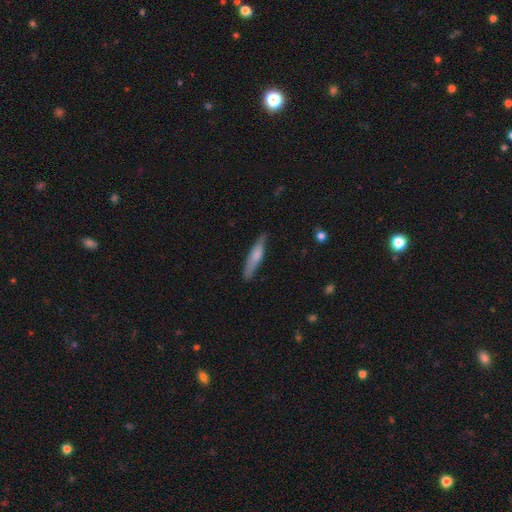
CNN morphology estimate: Smooth or featured: smooth — 63% (featured or disk — 32%)
How rounded: cigar-shaped — 87% (in between — 11%)
Merging: none — 79% (minor disturbance — 17%)